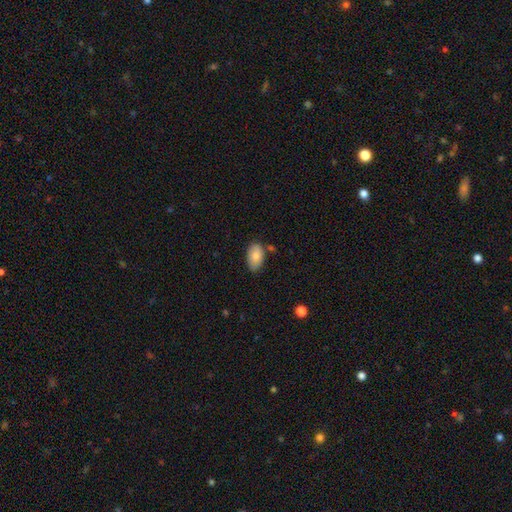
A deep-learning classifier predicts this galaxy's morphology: A smooth galaxy with no disk features (84%) that is in between round and cigar-shaped (93%). Merging: none (74%).